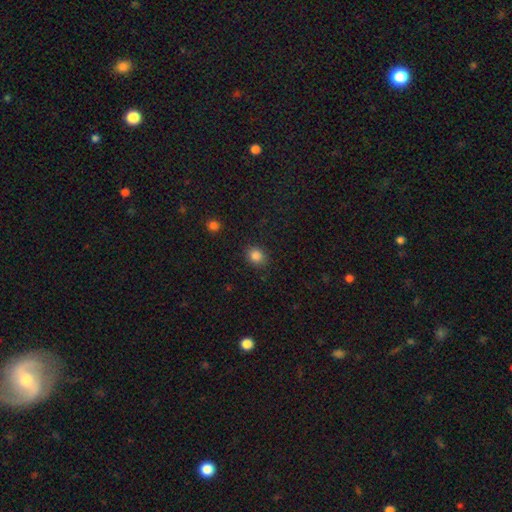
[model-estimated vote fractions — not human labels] A smooth galaxy with no disk features (85%) that is round (65%). Merging: none (85%).